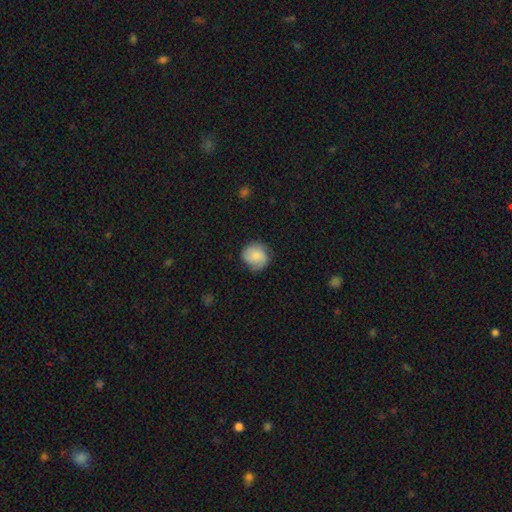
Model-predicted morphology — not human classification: smooth-or-featured: smooth: 72% | featured or disk: 21% | star or artifact: 7%
  how-rounded: round: 88% | in between: 11% | cigar-shaped: 1%
  merging: none: 77% | minor disturbance: 18% | major disturbance: 5% | merger: 1%